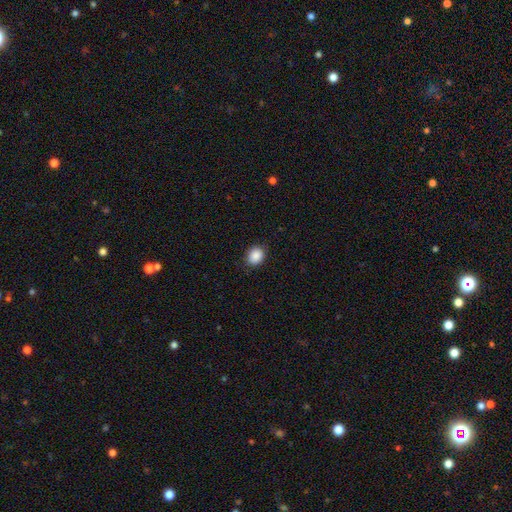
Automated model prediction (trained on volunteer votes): Q: Smooth or featured?
A: smooth (88%); runner-up: star or artifact (8%)
Q: How rounded?
A: round (54%); runner-up: in between (45%)
Q: Merging?
A: none (85%); runner-up: minor disturbance (11%)